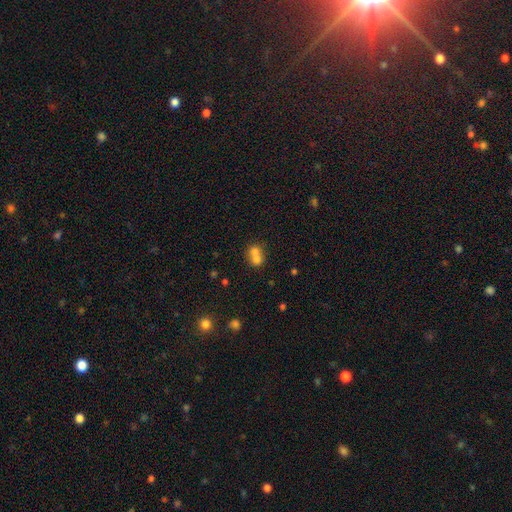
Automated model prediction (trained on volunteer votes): Morphology: type=smooth (70%); roundness=round (62%); merging=merger (67%).